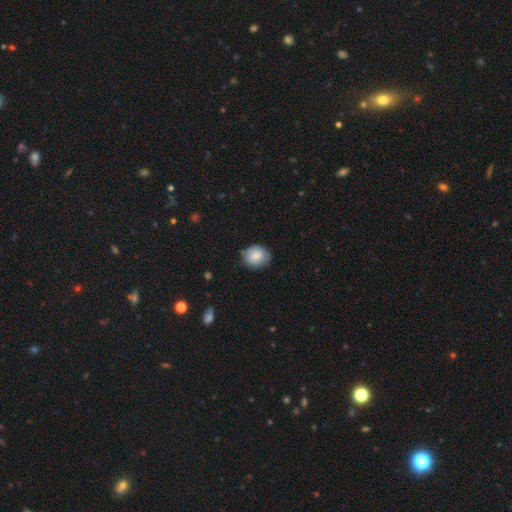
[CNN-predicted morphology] A smooth galaxy with no disk features (82%) that is round (68%).

Vote fractions:
- Smooth or featured? smooth: 82% / featured or disk: 11% / star or artifact: 7%
- How rounded? round: 68% / in between: 31% / cigar-shaped: 1%
- Merging? none: 79% / minor disturbance: 16% / major disturbance: 3% / merger: 1%